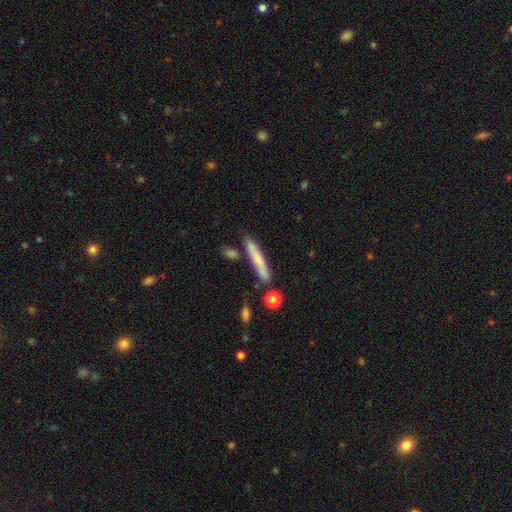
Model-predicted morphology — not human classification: Smooth or featured? smooth (66%)
How rounded? cigar-shaped (94%)
Merging? none (78%)